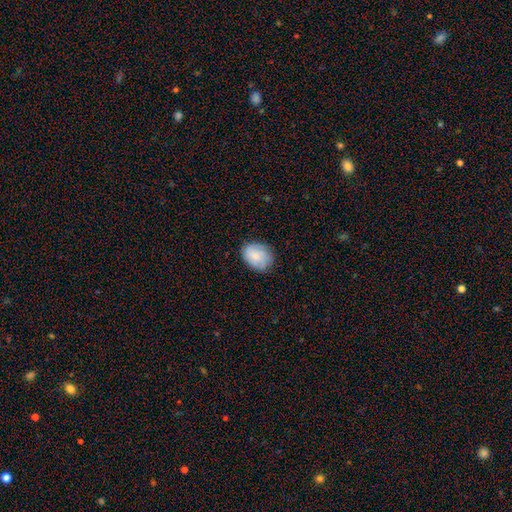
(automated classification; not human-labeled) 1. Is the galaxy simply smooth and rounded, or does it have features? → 76% smooth, 17% featured or disk, 7% star or artifact.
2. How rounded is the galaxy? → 59% in between, 40% round, 1% cigar-shaped.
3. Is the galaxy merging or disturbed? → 79% none, 16% minor disturbance, 4% major disturbance, 1% merger.